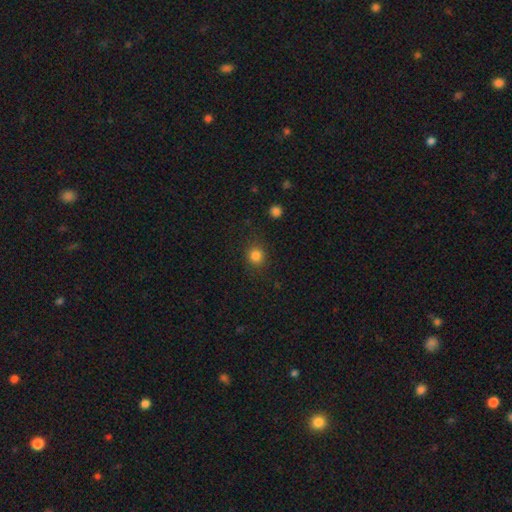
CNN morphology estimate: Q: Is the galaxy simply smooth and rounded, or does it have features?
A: smooth — 83%.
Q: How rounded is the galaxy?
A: round — 84%.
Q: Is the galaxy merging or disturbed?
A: none — 85%.